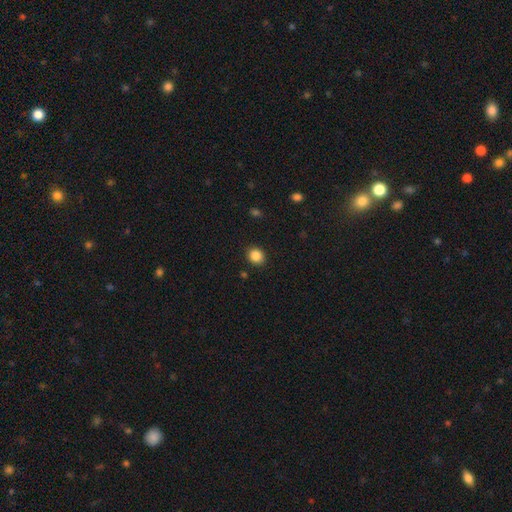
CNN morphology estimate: Smooth or featured?
  - smooth: 86% *
  - star or artifact: 10%
  - featured or disk: 4%
How rounded?
  - round: 76% *
  - in between: 23%
  - cigar-shaped: 1%
Merging?
  - none: 91% *
  - minor disturbance: 6%
  - major disturbance: 2%
  - merger: 1%